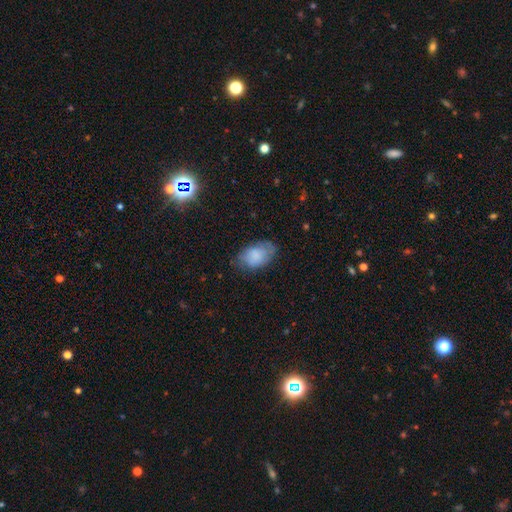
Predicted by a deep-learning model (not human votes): Smooth or featured?
  - smooth: 78% *
  - featured or disk: 14%
  - star or artifact: 7%
How rounded?
  - in between: 91% *
  - round: 7%
  - cigar-shaped: 1%
Merging?
  - none: 65% *
  - minor disturbance: 25%
  - major disturbance: 8%
  - merger: 2%